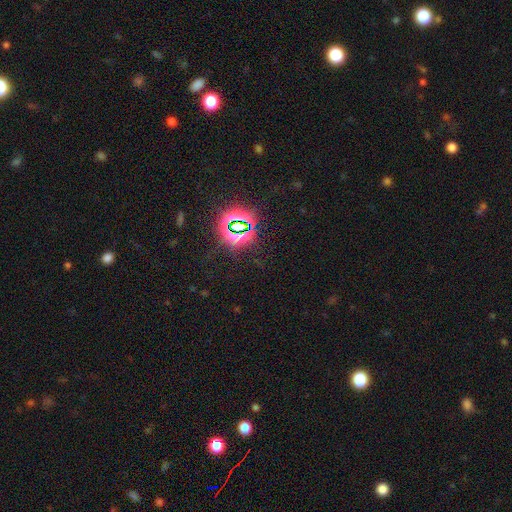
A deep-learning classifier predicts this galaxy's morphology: A star or artifact, not a galaxy (80%).